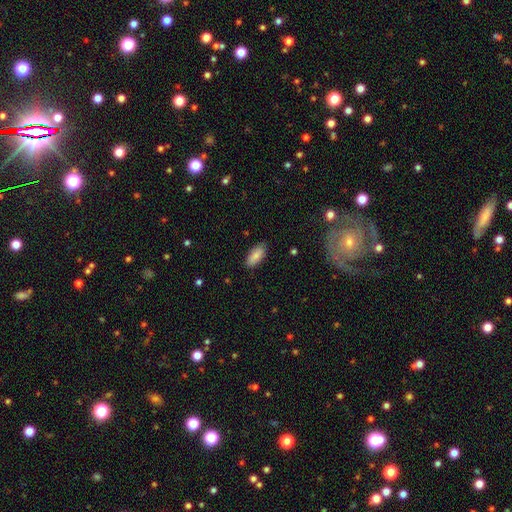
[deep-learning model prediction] The model was most divided on "smooth or featured": smooth: 83%, featured or disk: 10%, star or artifact: 7%. More confident: how rounded — in between (87%); merging — none (85%).